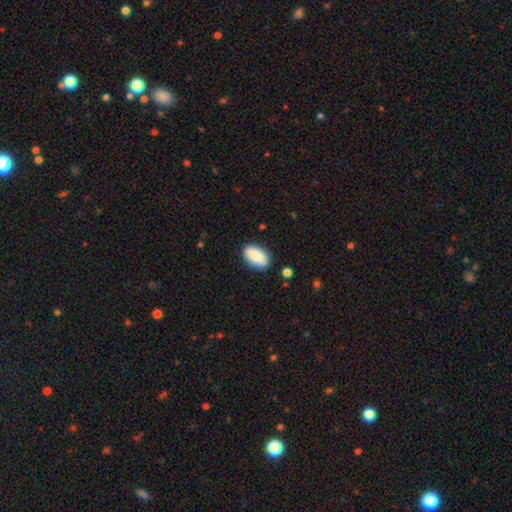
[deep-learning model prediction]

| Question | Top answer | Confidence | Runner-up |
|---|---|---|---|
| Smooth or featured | smooth | 88% | star or artifact (6%) |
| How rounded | in between | 93% | round (4%) |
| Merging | none | 85% | minor disturbance (11%) |